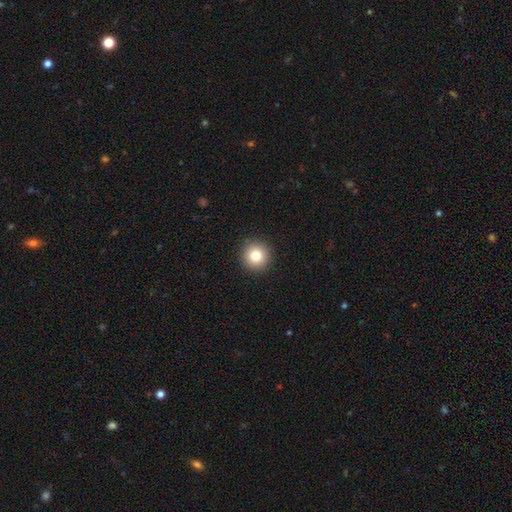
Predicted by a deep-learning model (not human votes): A smooth galaxy with no disk features (82%) that is round (94%).

Vote fractions:
- Smooth or featured? smooth: 82% / star or artifact: 10% / featured or disk: 8%
- How rounded? round: 94% / in between: 5% / cigar-shaped: 1%
- Merging? none: 92% / minor disturbance: 5% / major disturbance: 2% / merger: 1%